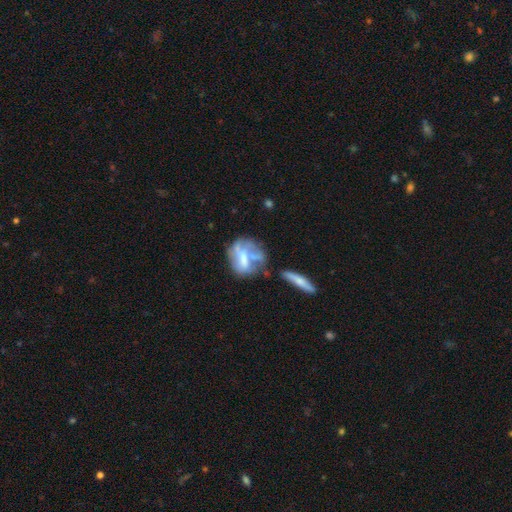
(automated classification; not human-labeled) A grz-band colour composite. It shows a featured or disk galaxy (53%). Merging: none (35%).